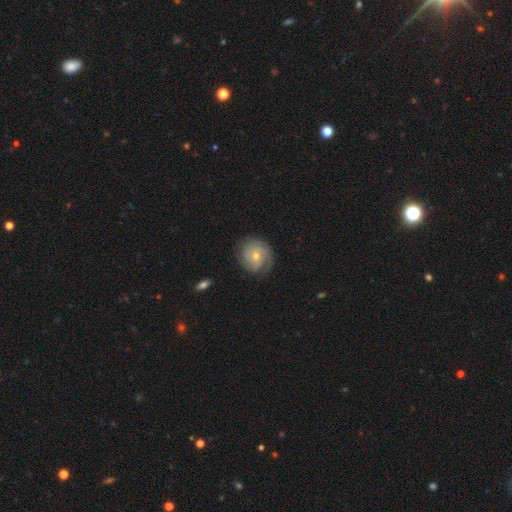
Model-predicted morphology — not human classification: This is likely a featured or disk galaxy (71%). It is clearly not viewed edge-on (97%). Bar: likely no (70%). Spiral arm pattern: clearly yes (90%). Spiral arm count: marginally can't tell (33%). Spiral winding: likely tight (68%). Central bulge: possibly moderate (49%). Merging: likely none (73%).